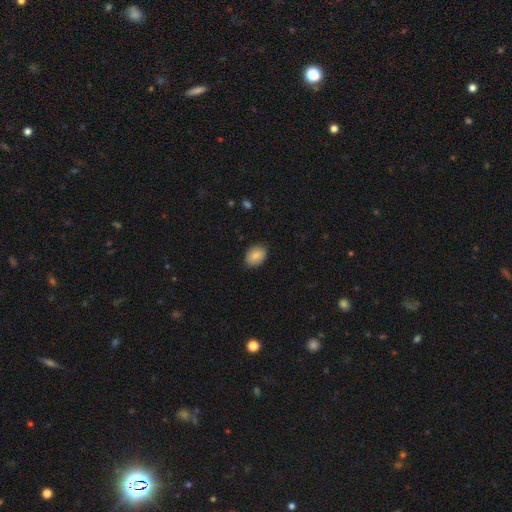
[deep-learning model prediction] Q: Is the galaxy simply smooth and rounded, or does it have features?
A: smooth — 86%.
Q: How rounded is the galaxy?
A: in between — 78%.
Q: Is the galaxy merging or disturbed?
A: none — 87%.